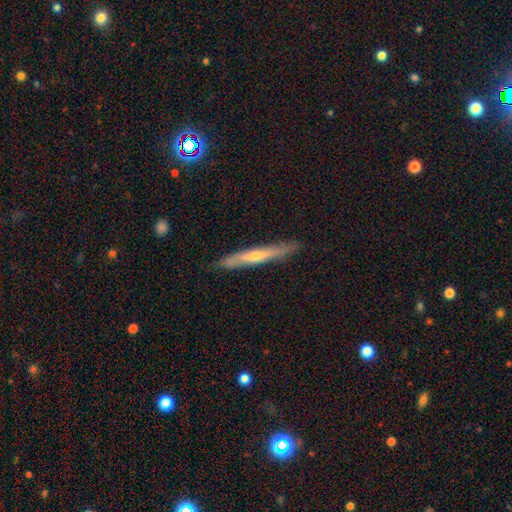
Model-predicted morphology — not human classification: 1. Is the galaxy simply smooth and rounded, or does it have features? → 50% featured or disk, 44% smooth, 6% star or artifact.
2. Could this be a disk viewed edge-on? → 90% yes, 10% no.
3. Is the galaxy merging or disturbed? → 85% none, 12% minor disturbance, 2% major disturbance, 1% merger.